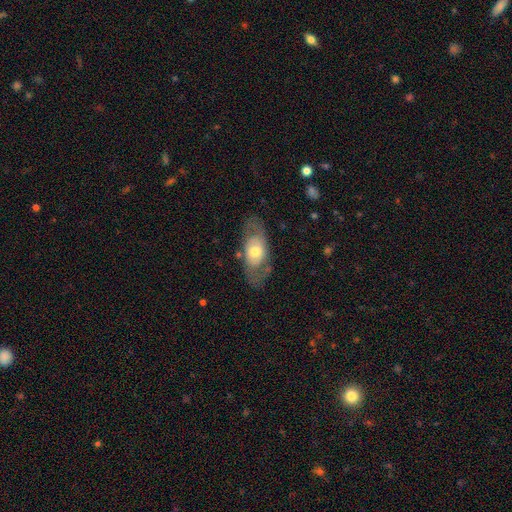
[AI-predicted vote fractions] Smooth or featured? featured or disk (59%)
Edge-on disk? no (84%)
Merging? none (73%)